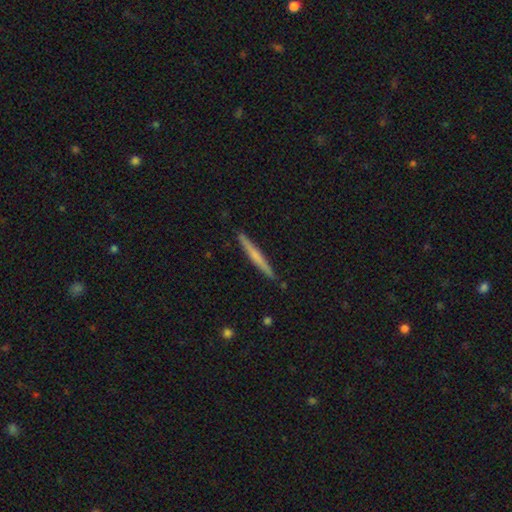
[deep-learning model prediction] smooth-or-featured: smooth: 49% | featured or disk: 46% | star or artifact: 5%
  merging: none: 91% | minor disturbance: 7% | merger: 1% | major disturbance: 1%